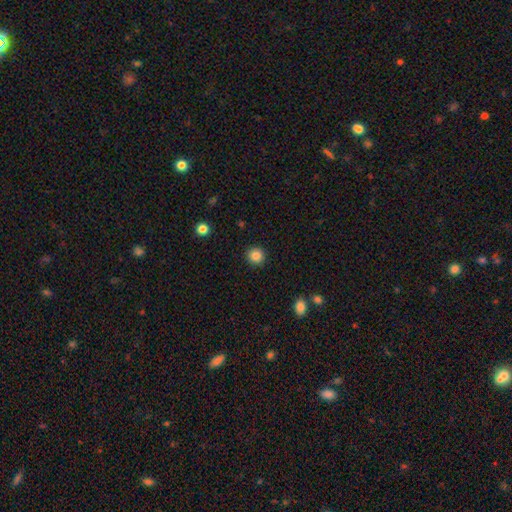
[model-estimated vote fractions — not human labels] smooth 86%, star or artifact 10%, featured or disk 4%. Down the decision tree: how rounded — round (92%); merging — none (92%).